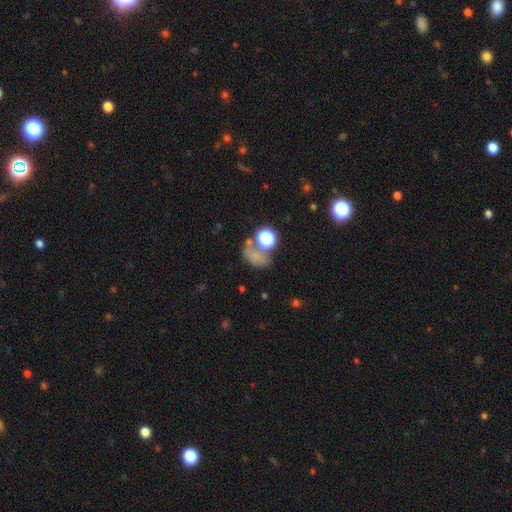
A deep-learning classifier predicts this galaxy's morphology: Q: Smooth or featured?
A: smooth (58%); runner-up: star or artifact (27%)
Q: How rounded?
A: in between (54%); runner-up: round (44%)
Q: Merging?
A: none (41%); runner-up: merger (25%)